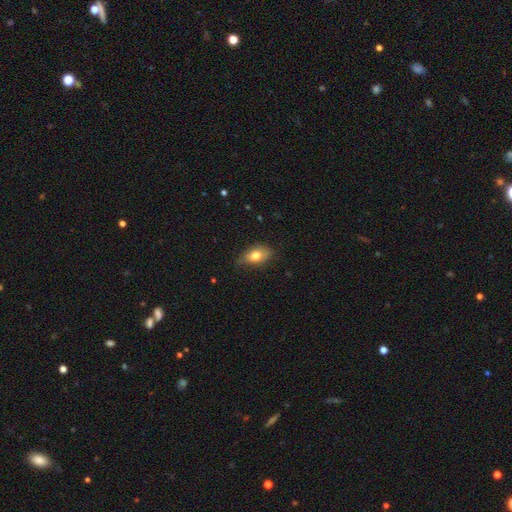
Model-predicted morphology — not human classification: type=smooth (75%); roundness=in between (86%); merging=none (68%).